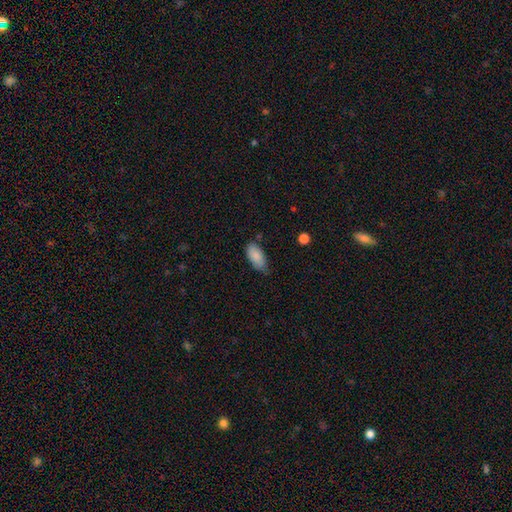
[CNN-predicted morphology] This appears to be a smooth galaxy with no disk features (87%) that is in between round and cigar-shaped (92%). Merging: none (61%).